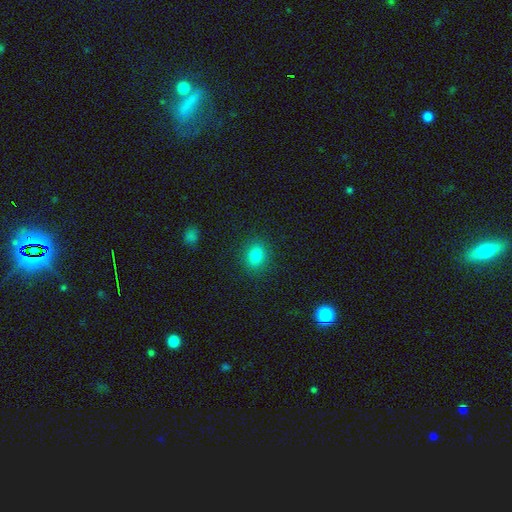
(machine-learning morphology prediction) The model was most divided on "how rounded": in between: 53%, round: 46%, cigar-shaped: 1%. More confident: merging — none (89%); smooth or featured — smooth (81%).